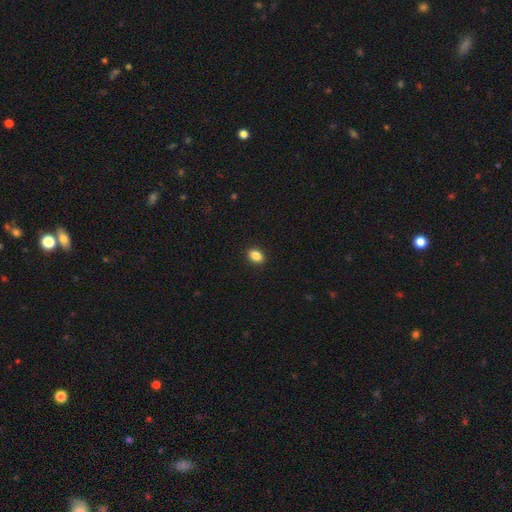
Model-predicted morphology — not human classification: type=smooth (87%); roundness=in between (81%); merging=none (91%).